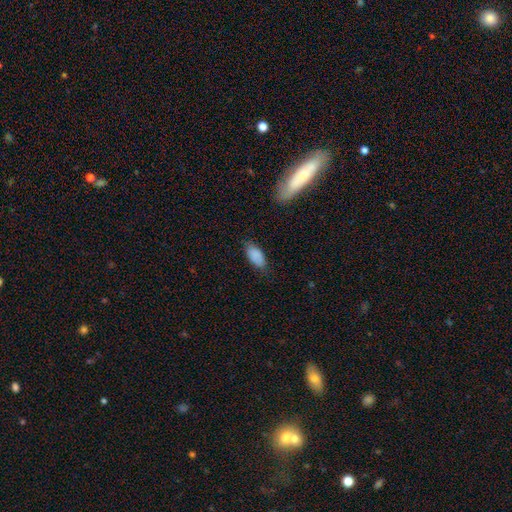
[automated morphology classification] A smooth galaxy with no disk features (87%) that is in between round and cigar-shaped (90%).

Vote fractions:
- Smooth or featured? smooth: 87% / star or artifact: 7% / featured or disk: 6%
- How rounded? in between: 90% / cigar-shaped: 7% / round: 2%
- Merging? none: 78% / minor disturbance: 17% / major disturbance: 4% / merger: 1%